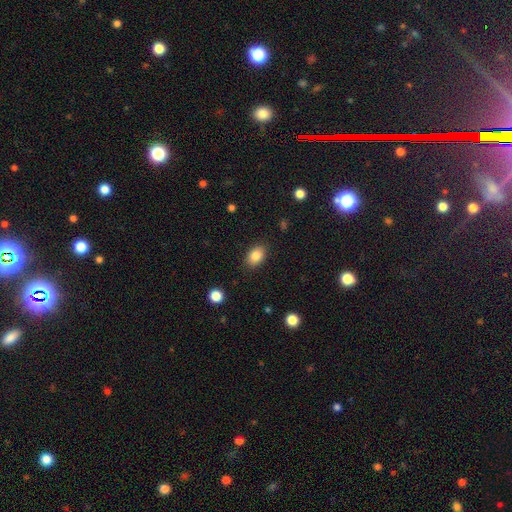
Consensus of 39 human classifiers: Overall: smooth (85%). How rounded: in between (91%). Merging: none (86%).